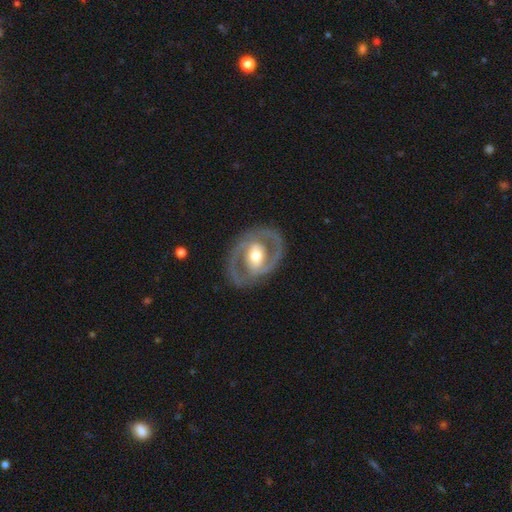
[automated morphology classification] This is clearly a featured or disk galaxy (82%). It is clearly not viewed edge-on (96%). Bar: marginally weak (37%). Spiral arm pattern: likely yes (75%). Spiral arm count: clearly 2 (86%). Spiral winding: possibly medium (48%). Central bulge: likely moderate (67%). Merging: clearly none (81%).